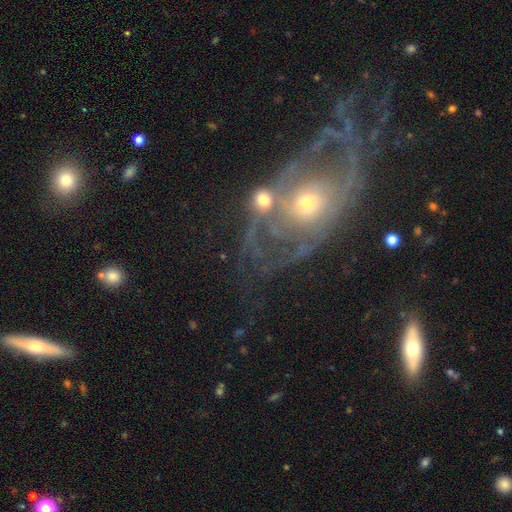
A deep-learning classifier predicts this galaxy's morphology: Q: Smooth or featured?
A: featured or disk (77%); runner-up: smooth (13%)
Q: Edge-on disk?
A: no (93%); runner-up: yes (7%)
Q: Bar?
A: no (76%); runner-up: weak (18%)
Q: Spiral arms?
A: yes (78%); runner-up: no (22%)
Q: Spiral winding?
A: tight (49%); runner-up: medium (34%)
Q: Spiral arm count?
A: can't tell (38%); runner-up: 2 (32%)
Q: Bulge size?
A: small (53%); runner-up: moderate (39%)
Q: Merging?
A: none (52%); runner-up: major disturbance (20%)